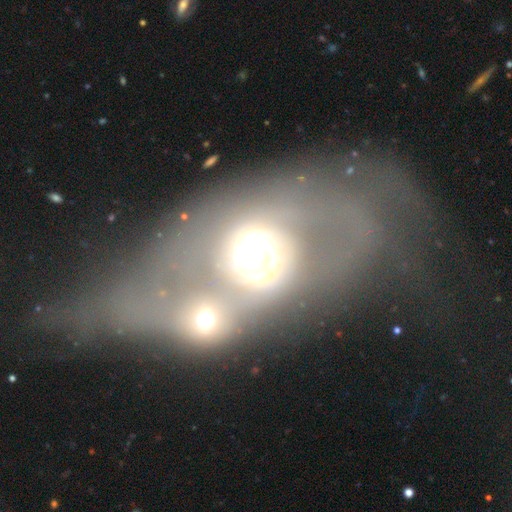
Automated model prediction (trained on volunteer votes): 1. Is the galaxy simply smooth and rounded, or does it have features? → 59% featured or disk, 30% smooth, 11% star or artifact.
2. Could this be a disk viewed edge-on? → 94% no, 6% yes.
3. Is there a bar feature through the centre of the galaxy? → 80% no, 14% weak, 6% strong.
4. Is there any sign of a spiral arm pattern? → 53% no, 47% yes.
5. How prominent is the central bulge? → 45% moderate, 34% large, 11% dominant, 8% small, 3% none.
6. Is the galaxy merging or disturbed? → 69% merger, 13% none, 12% major disturbance, 6% minor disturbance.